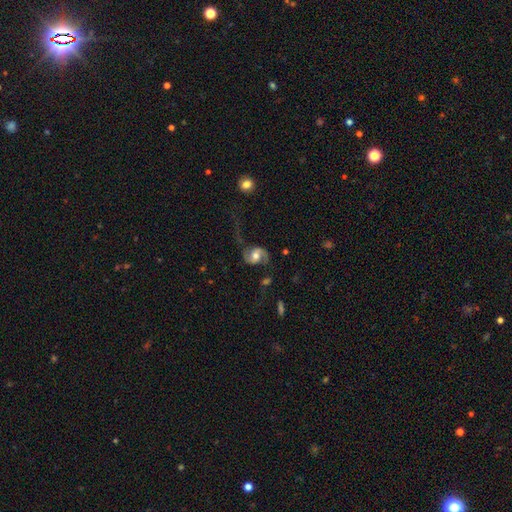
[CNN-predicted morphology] A featured or disk galaxy (83%) with no bar (48%), 2 (92%) loose (51%) spiral arms (95%) and a moderate central bulge (70%).

Vote fractions:
- Smooth or featured? featured or disk: 83% / smooth: 11% / star or artifact: 6%
- Edge-on disk? no: 98% / yes: 2%
- Bar? no: 48% / weak: 39% / strong: 13%
- Spiral arms? yes: 95% / no: 5%
- Spiral winding? loose: 51% / medium: 39% / tight: 10%
- Spiral arm count? 2: 92% / 1: 3% / can't tell: 2% / 3: 1% / 4: 1% / more than 4: 1%
- Bulge size? moderate: 70% / large: 16% / small: 11% / none: 2% / dominant: 2%
- Merging? none: 61% / major disturbance: 19% / minor disturbance: 17% / merger: 4%